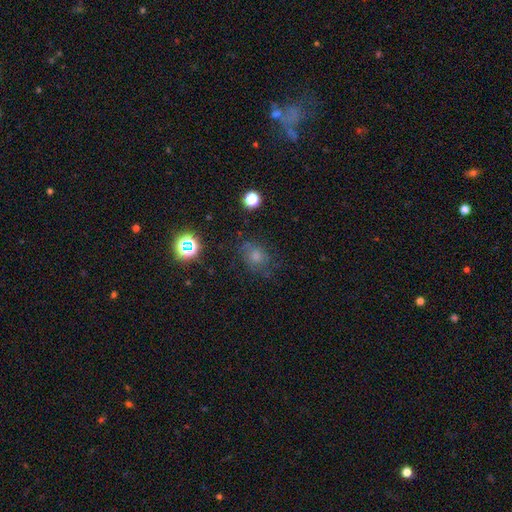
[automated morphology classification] Overall: smooth (48%; star or artifact 32%). Merging: none (70%).